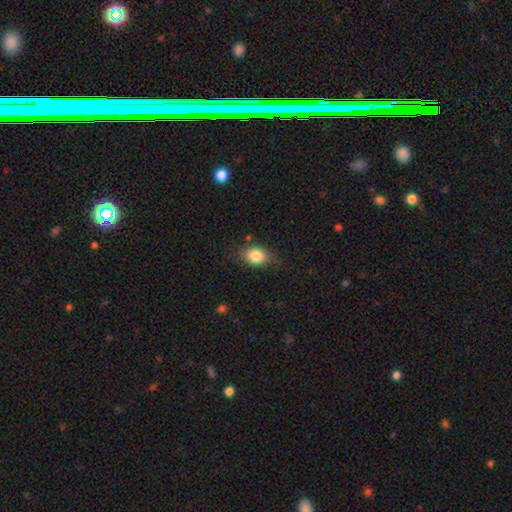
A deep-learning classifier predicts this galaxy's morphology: This appears to be a smooth galaxy with no disk features (84%) that is in between round and cigar-shaped (66%). Merging: none (77%).